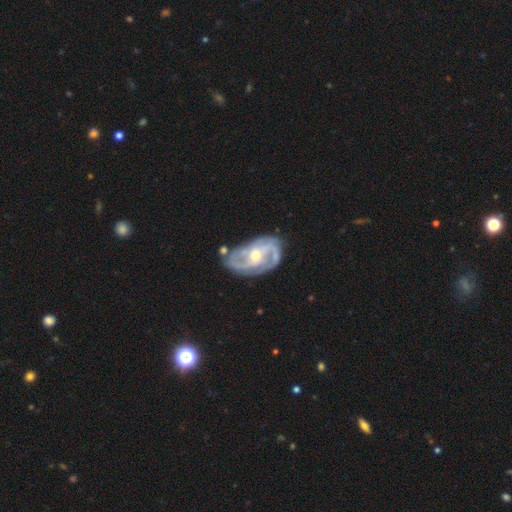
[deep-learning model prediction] Smooth or featured? Predicted: featured or disk (p=0.88). Edge-on disk? Predicted: no (p=0.97). Bar? Predicted: no (p=0.42). Spiral arms? Predicted: yes (p=0.95). Spiral winding? Predicted: medium (p=0.45). Spiral arm count? Predicted: 2 (p=0.43). Bulge size? Predicted: moderate (p=0.55). Merging? Predicted: none (p=0.64).